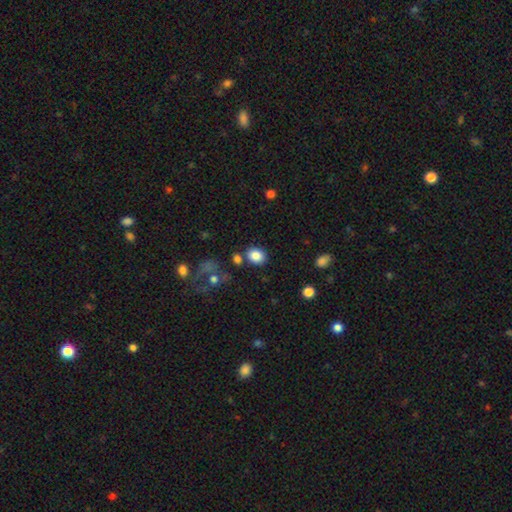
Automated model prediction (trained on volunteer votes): A smooth galaxy with no disk features (84%) that is in between round and cigar-shaped (51%).

Vote fractions:
- Smooth or featured? smooth: 84% / star or artifact: 9% / featured or disk: 6%
- How rounded? in between: 51% / round: 48% / cigar-shaped: 1%
- Merging? none: 78% / minor disturbance: 11% / merger: 8% / major disturbance: 3%